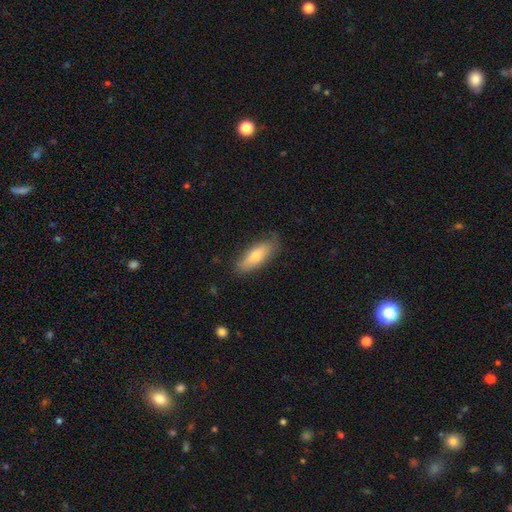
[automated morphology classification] type=smooth (67%); roundness=in between (59%); merging=none (80%).